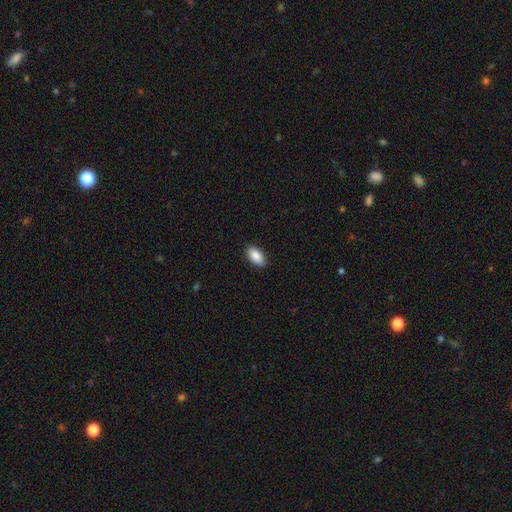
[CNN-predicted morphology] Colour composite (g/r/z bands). It shows a smooth galaxy with no disk features (89%) that is in between round and cigar-shaped (94%). Merging: none (89%).